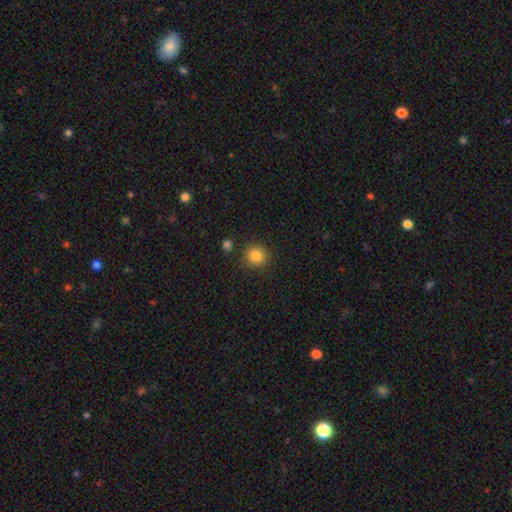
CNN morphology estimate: Overall: smooth (84%). How rounded: round (92%). Merging: none (87%).